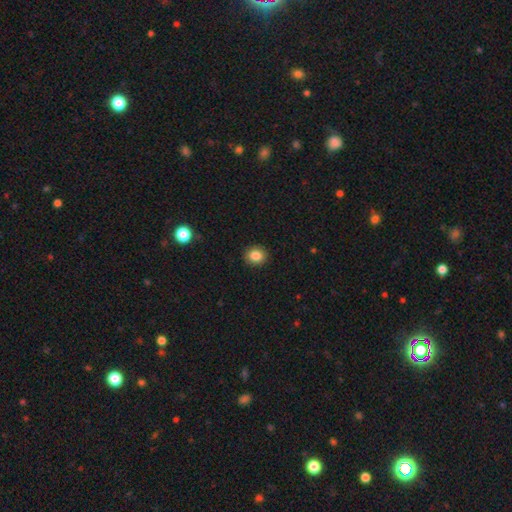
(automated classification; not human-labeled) Overall: smooth (84%). How rounded: round (74%). Merging: none (91%).